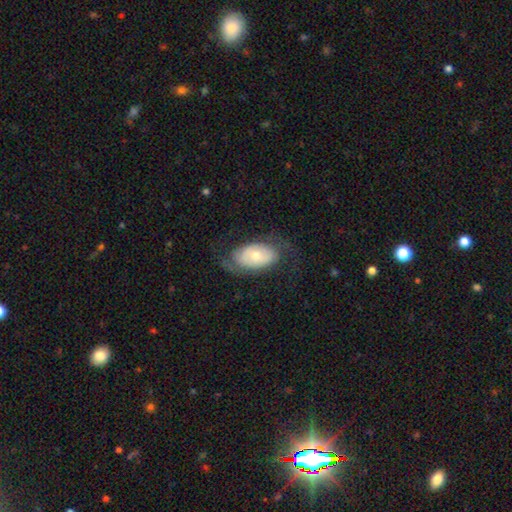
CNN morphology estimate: This is possibly a featured or disk galaxy (51%). It is clearly not viewed edge-on (91%). Merging: likely none (62%).